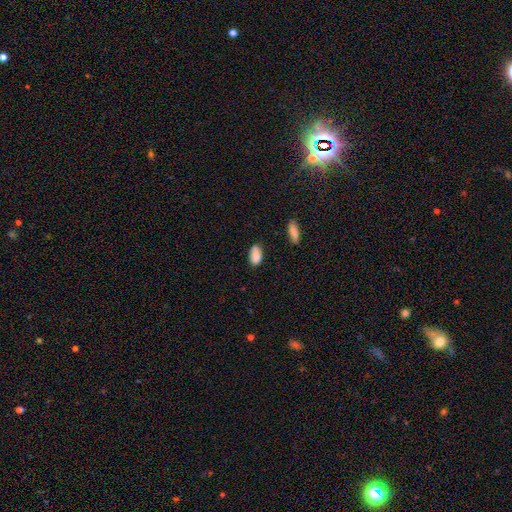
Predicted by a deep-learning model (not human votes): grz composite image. It shows a smooth galaxy with no disk features (86%) that is in between round and cigar-shaped (92%). Merging: none (70%).